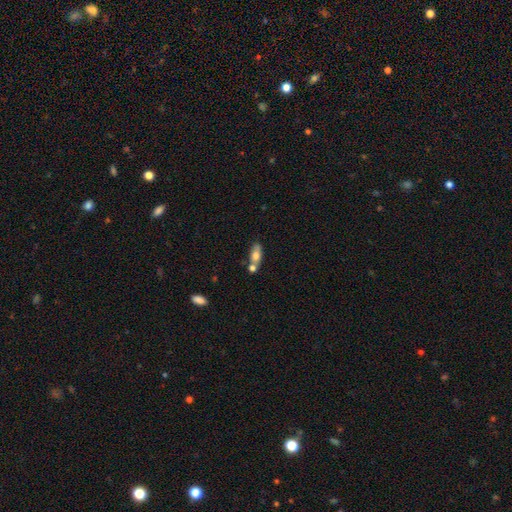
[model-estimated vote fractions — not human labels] This is likely a smooth galaxy (66%). How rounded: likely in between (77%). Merging: possibly none (50%).